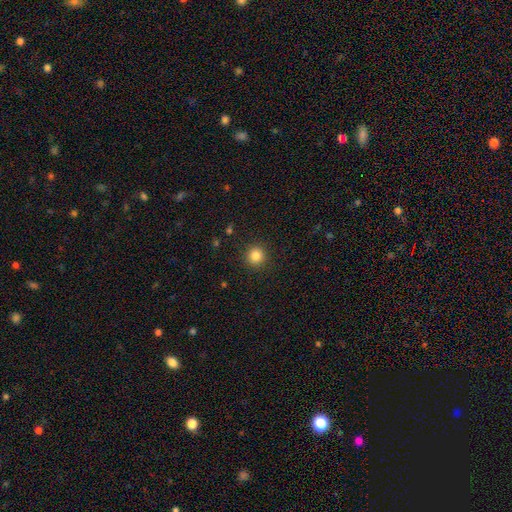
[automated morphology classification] Smooth or featured? Predicted: smooth (p=0.84). How rounded? Predicted: round (p=0.94). Merging? Predicted: none (p=0.91).